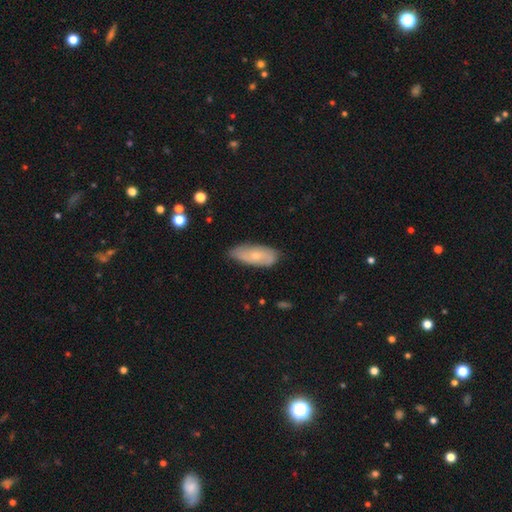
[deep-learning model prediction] Smooth or featured: smooth — 54% (featured or disk — 39%)
How rounded: in between — 80% (cigar-shaped — 17%)
Merging: none — 74% (minor disturbance — 21%)